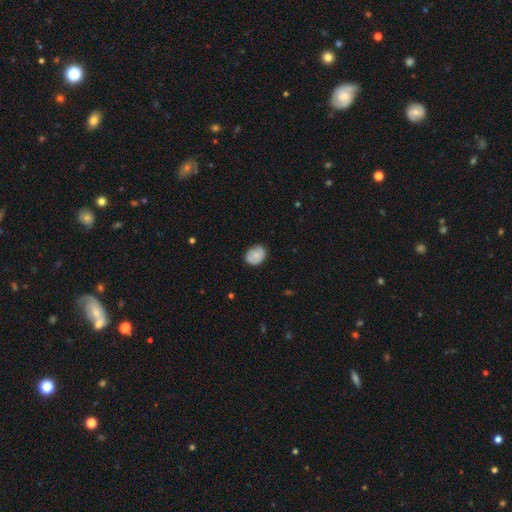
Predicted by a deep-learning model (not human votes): Smooth or featured?
  - smooth: 75% *
  - featured or disk: 17%
  - star or artifact: 8%
How rounded?
  - in between: 53% *
  - round: 46%
  - cigar-shaped: 1%
Merging?
  - none: 72% *
  - minor disturbance: 23%
  - major disturbance: 4%
  - merger: 1%